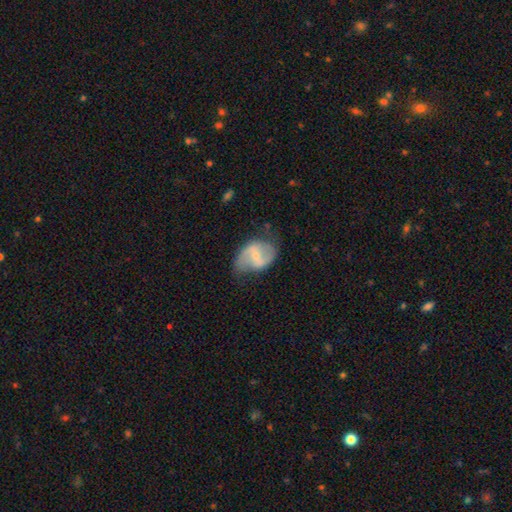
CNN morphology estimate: This appears to be a featured or disk galaxy (72%) with a weak bar (47%), 2 (86%) loose (48%) spiral arms (84%) and a small central bulge (59%). Merging: none (59%).